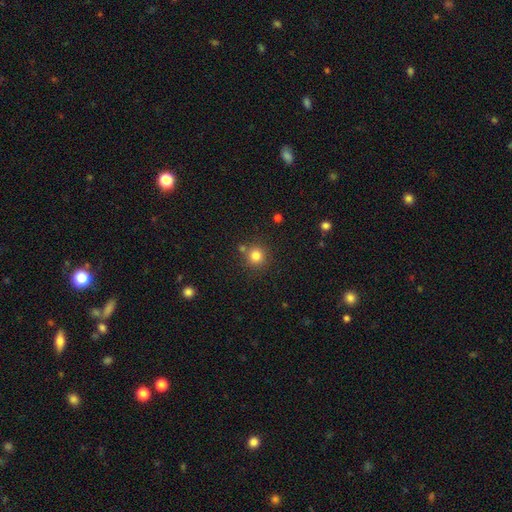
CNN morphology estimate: smooth-or-featured: smooth: 81% | star or artifact: 13% | featured or disk: 6%
  how-rounded: round: 93% | in between: 6% | cigar-shaped: 1%
  merging: none: 79% | merger: 10% | minor disturbance: 8% | major disturbance: 3%